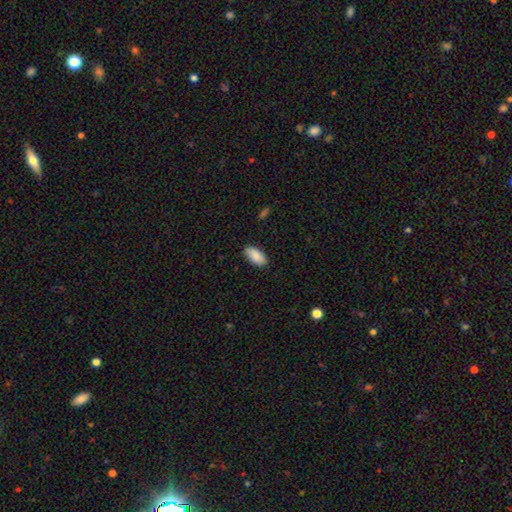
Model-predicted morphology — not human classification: Smooth or featured?
  - smooth: 88% *
  - star or artifact: 6%
  - featured or disk: 6%
How rounded?
  - in between: 94% *
  - cigar-shaped: 4%
  - round: 2%
Merging?
  - none: 88% *
  - minor disturbance: 9%
  - major disturbance: 2%
  - merger: 1%